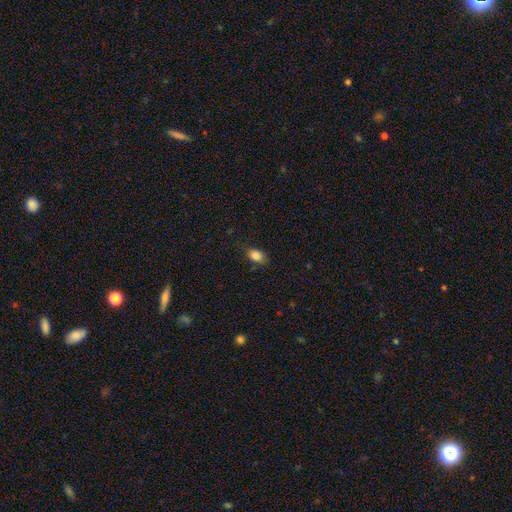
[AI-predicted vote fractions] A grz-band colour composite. It shows a smooth galaxy with no disk features (86%) that is in between round and cigar-shaped (78%). Merging: none (78%).